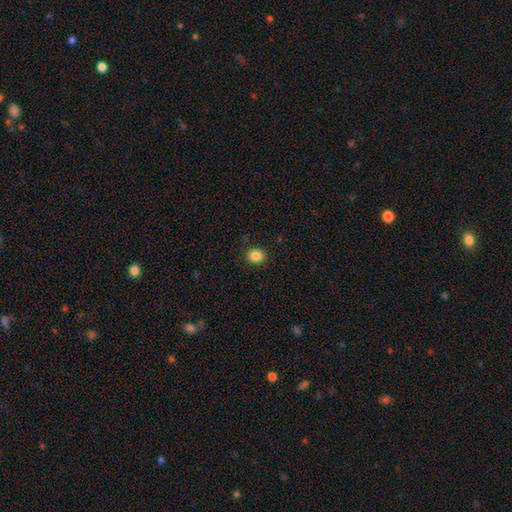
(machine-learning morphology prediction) This appears to be a smooth galaxy with no disk features (85%) that is round (82%). Merging: none (91%).